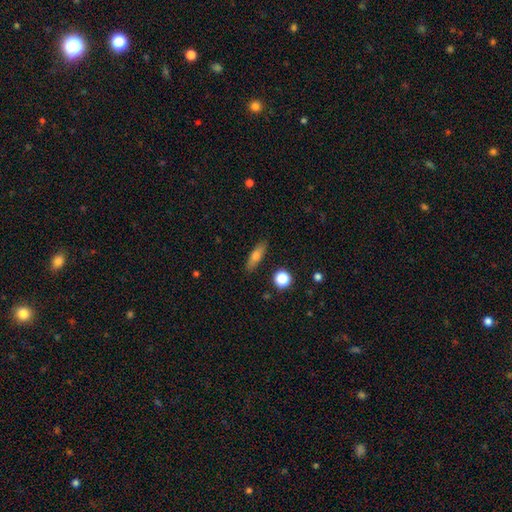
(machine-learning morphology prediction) type=smooth (68%); roundness=cigar-shaped (56%); merging=none (87%).